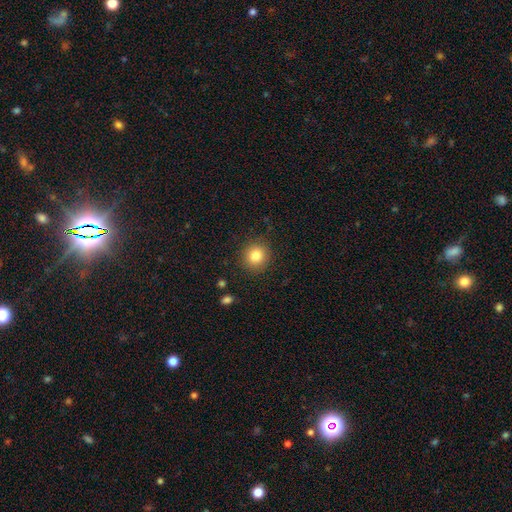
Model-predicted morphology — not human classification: This appears to be a smooth galaxy with no disk features (83%) that is round (88%). Merging: none (89%).